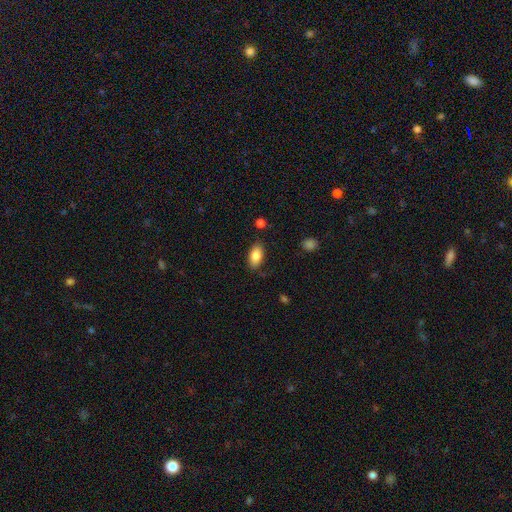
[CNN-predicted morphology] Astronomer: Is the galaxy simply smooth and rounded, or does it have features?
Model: smooth — 83%.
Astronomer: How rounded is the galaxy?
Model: in between — 92%.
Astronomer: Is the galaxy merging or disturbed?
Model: none — 83%.